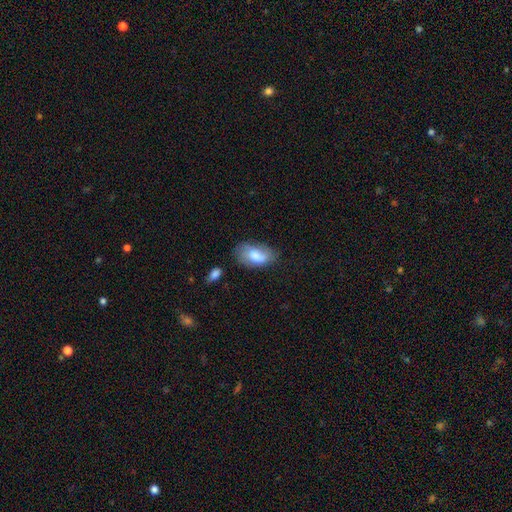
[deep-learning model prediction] This appears to be a smooth galaxy with no disk features (71%) that is in between round and cigar-shaped (93%). Merging: none (55%).